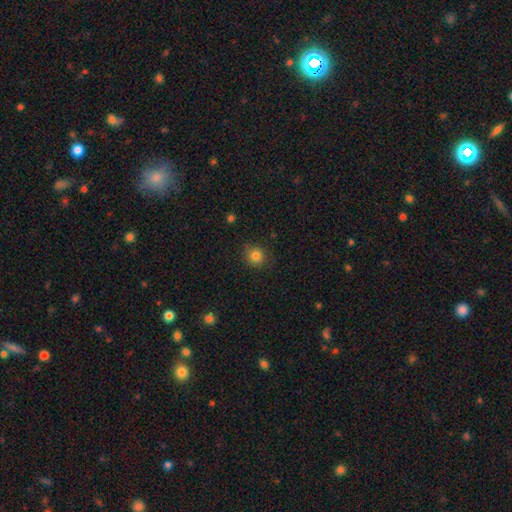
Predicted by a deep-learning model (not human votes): This is clearly a smooth galaxy (83%). How rounded: clearly round (91%). Merging: clearly none (87%).